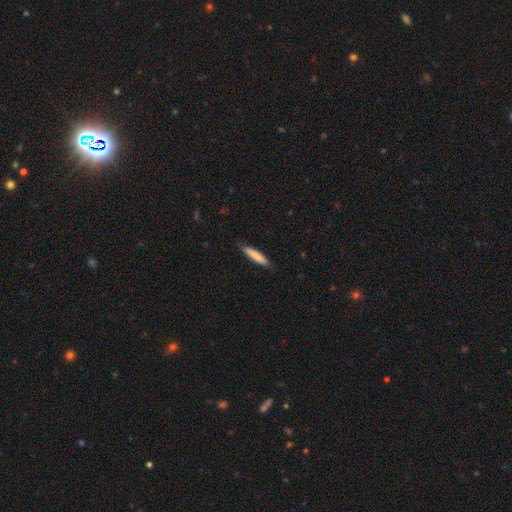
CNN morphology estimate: Smooth or featured?
  - smooth: 82% *
  - featured or disk: 13%
  - star or artifact: 5%
How rounded?
  - cigar-shaped: 89% *
  - in between: 10%
  - round: 1%
Merging?
  - none: 86% *
  - minor disturbance: 11%
  - major disturbance: 2%
  - merger: 1%